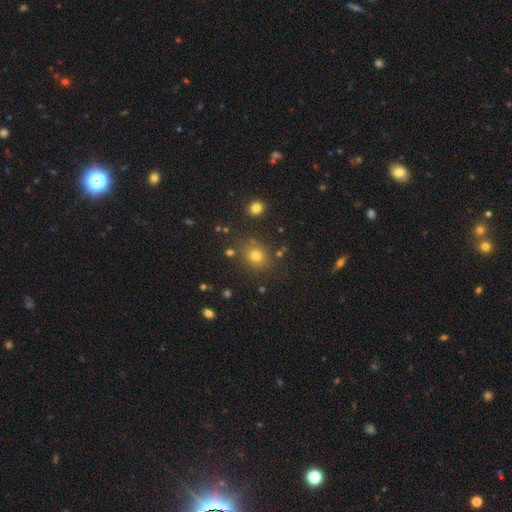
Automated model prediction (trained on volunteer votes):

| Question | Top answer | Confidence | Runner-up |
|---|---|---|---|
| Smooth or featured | smooth | 72% | star or artifact (19%) |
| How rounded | round | 72% | in between (27%) |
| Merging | none | 80% | minor disturbance (11%) |